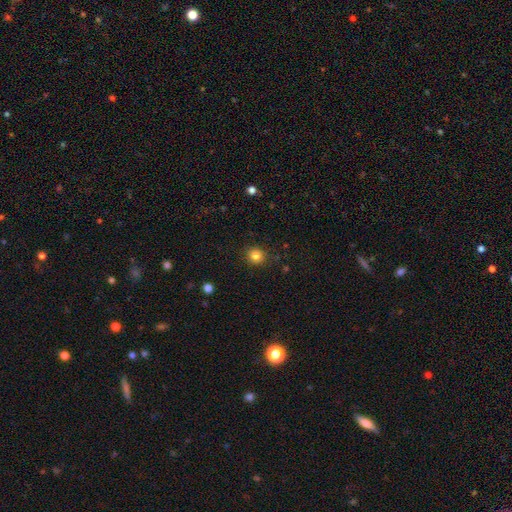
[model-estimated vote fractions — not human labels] Smooth or featured? smooth (83%)
How rounded? round (88%)
Merging? none (89%)